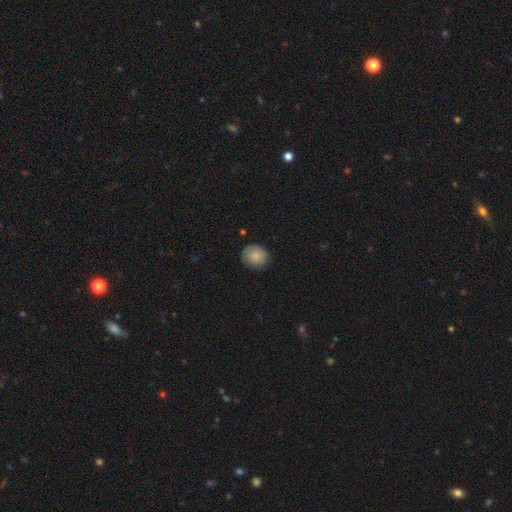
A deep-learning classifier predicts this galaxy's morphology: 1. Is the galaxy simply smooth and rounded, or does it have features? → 81% smooth, 12% featured or disk, 7% star or artifact.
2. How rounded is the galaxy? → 78% round, 21% in between, 1% cigar-shaped.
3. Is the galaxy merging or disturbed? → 82% none, 14% minor disturbance, 3% major disturbance, 1% merger.